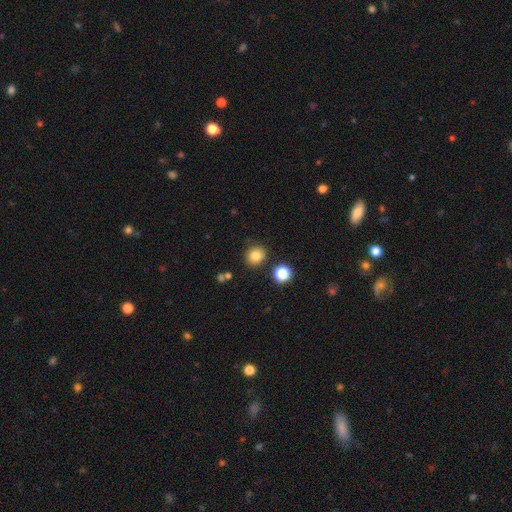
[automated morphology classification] Smooth or featured?
  - smooth: 79% *
  - star or artifact: 14%
  - featured or disk: 8%
How rounded?
  - round: 85% *
  - in between: 14%
  - cigar-shaped: 1%
Merging?
  - none: 83% *
  - minor disturbance: 10%
  - merger: 4%
  - major disturbance: 3%